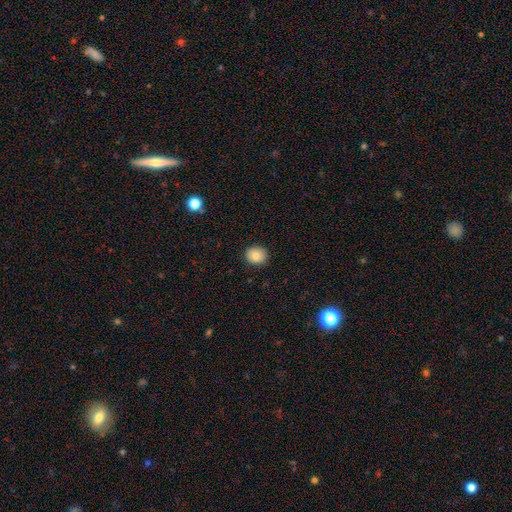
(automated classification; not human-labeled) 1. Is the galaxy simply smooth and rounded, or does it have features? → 83% smooth, 9% star or artifact, 8% featured or disk.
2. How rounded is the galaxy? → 79% round, 20% in between, 1% cigar-shaped.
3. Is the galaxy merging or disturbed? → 89% none, 8% minor disturbance, 2% major disturbance, 1% merger.